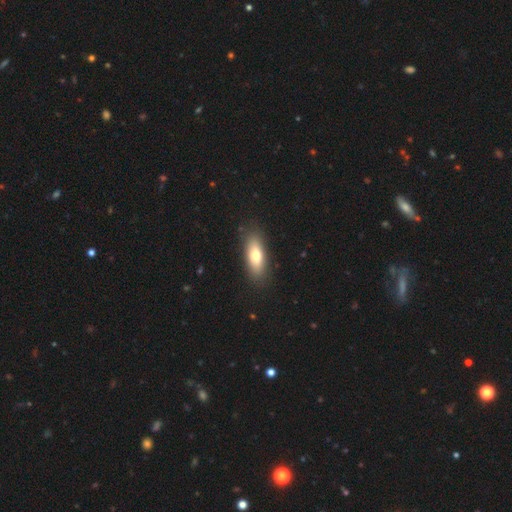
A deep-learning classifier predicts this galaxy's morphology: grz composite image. It shows a smooth galaxy with no disk features (71%) that is in between round and cigar-shaped (68%). Merging: none (86%).